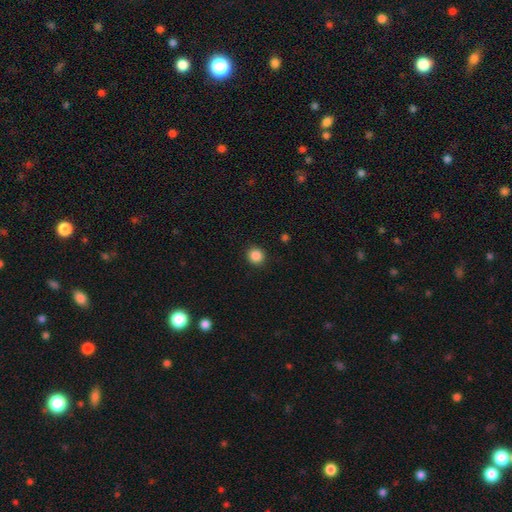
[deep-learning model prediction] smooth 87%, star or artifact 10%, featured or disk 3%. Down the decision tree: how rounded — round (91%); merging — none (92%).